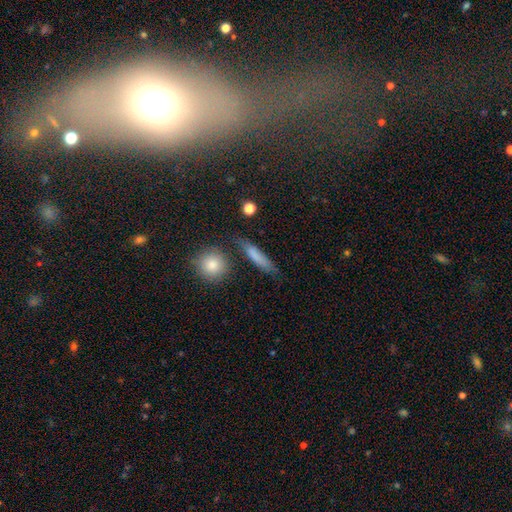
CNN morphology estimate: type=smooth (77%); roundness=cigar-shaped (76%); merging=none (74%).